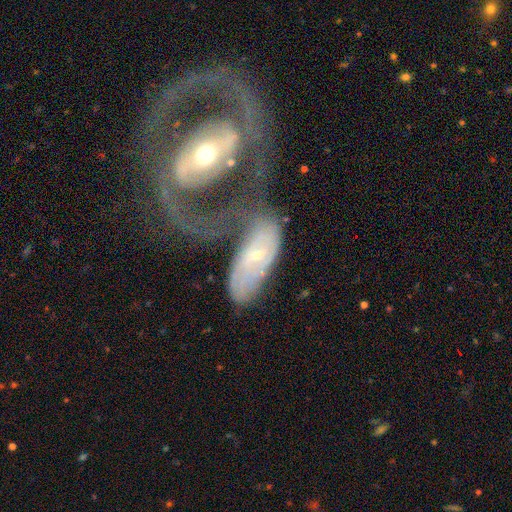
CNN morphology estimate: Overall: featured or disk (68%). Edge-on disk: no (91%). Bar: no (52%; weak 31%). Spiral arms: yes (74%). Bulge size: small (64%; moderate 31%). Merging: merger (44%; none 24%).